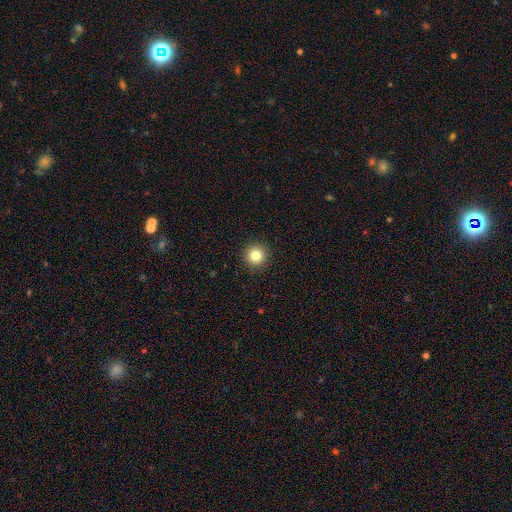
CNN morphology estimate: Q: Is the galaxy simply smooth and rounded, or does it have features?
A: smooth — 83%.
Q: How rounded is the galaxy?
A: round — 96%.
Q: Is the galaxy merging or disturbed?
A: none — 93%.